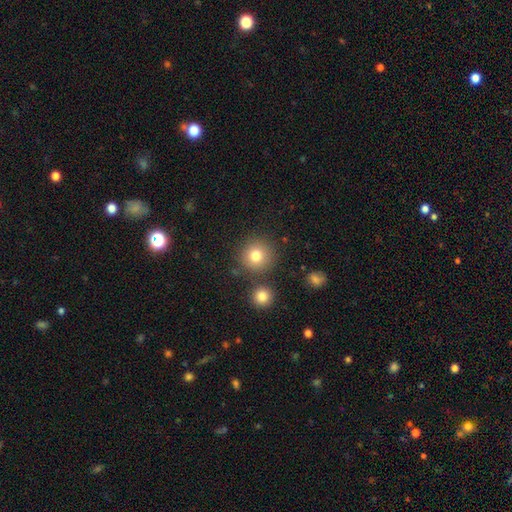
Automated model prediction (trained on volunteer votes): Overall: smooth (79%). How rounded: round (94%). Merging: none (82%).